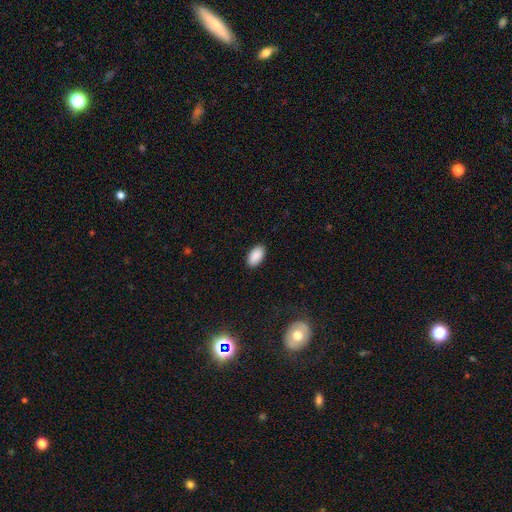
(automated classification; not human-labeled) Smooth or featured?
  - smooth: 90% *
  - star or artifact: 7%
  - featured or disk: 3%
How rounded?
  - in between: 95% *
  - round: 3%
  - cigar-shaped: 2%
Merging?
  - none: 89% *
  - minor disturbance: 8%
  - major disturbance: 2%
  - merger: 1%